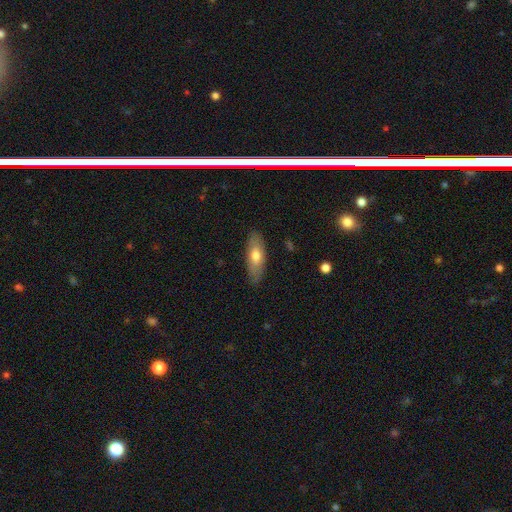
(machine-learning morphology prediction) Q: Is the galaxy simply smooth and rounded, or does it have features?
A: smooth — 65%.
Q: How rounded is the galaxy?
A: in between — 66%.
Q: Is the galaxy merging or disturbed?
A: none — 84%.